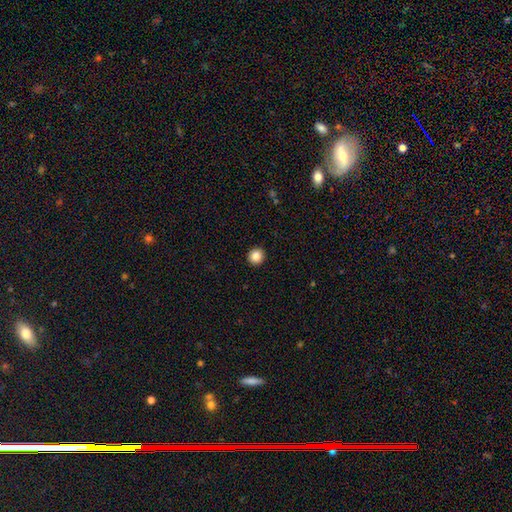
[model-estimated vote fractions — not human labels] smooth_or_featured: smooth (p=0.86) [alt: star or artifact p=0.10]
how_rounded: round (p=0.93) [alt: in between p=0.06]
merging: none (p=0.93) [alt: minor disturbance p=0.04]